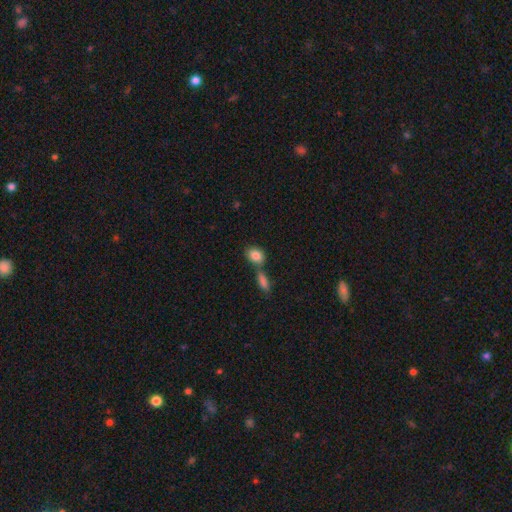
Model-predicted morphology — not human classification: Q: Smooth or featured?
A: smooth (85%); runner-up: star or artifact (8%)
Q: How rounded?
A: in between (73%); runner-up: round (24%)
Q: Merging?
A: none (49%); runner-up: merger (36%)